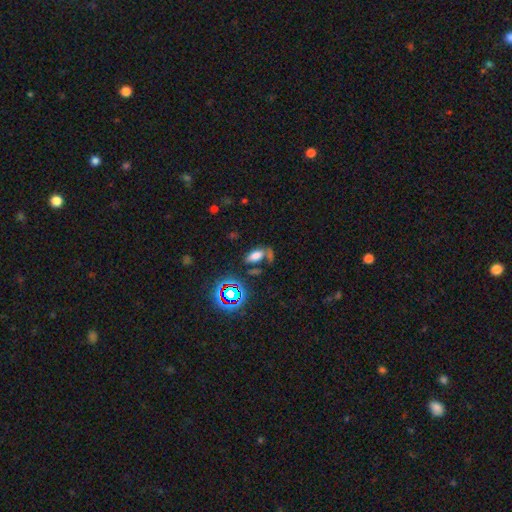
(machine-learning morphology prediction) Smooth or featured: smooth — 67% (star or artifact — 21%)
How rounded: in between — 86% (cigar-shaped — 8%)
Merging: none — 63% (minor disturbance — 15%)